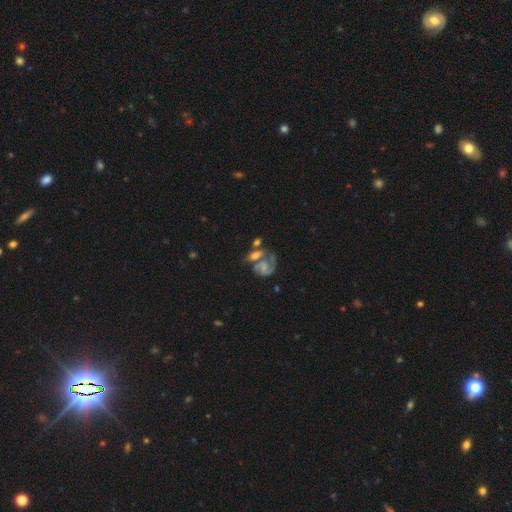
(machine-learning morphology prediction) Smooth or featured: featured or disk — 65% (smooth — 25%)
Edge-on disk: no — 96% (yes — 4%)
Bar: no — 67% (weak — 26%)
Spiral arms: yes — 82% (no — 18%)
Spiral winding: medium — 42% (tight — 36%)
Spiral arm count: 2 — 55% (1 — 24%)
Bulge size: small — 45% (moderate — 26%)
Merging: merger — 42% (none — 29%)